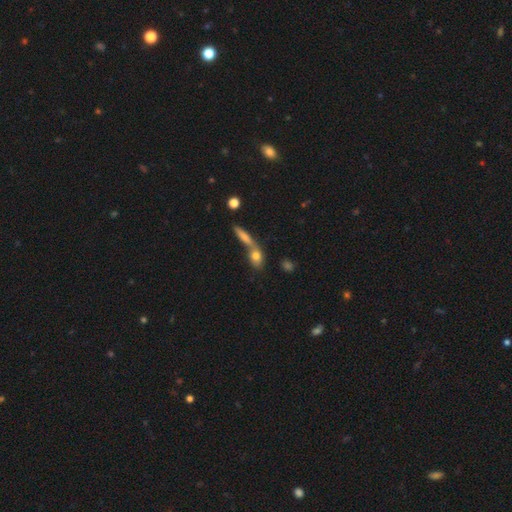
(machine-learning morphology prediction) smooth 73%, featured or disk 17%, star or artifact 10%. Down the decision tree: how rounded — in between (53%); merging — merger (45%).